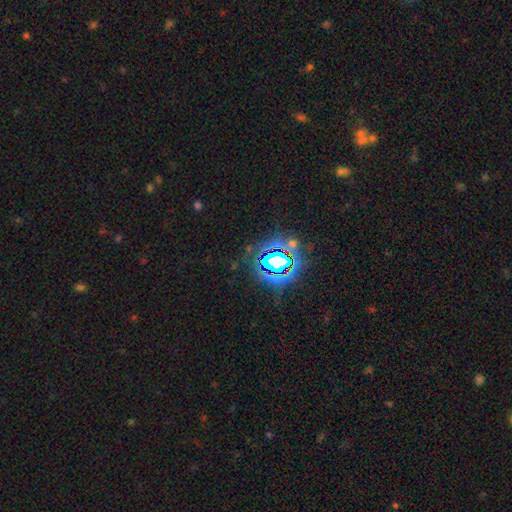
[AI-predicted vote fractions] A star or artifact, not a galaxy (81%).